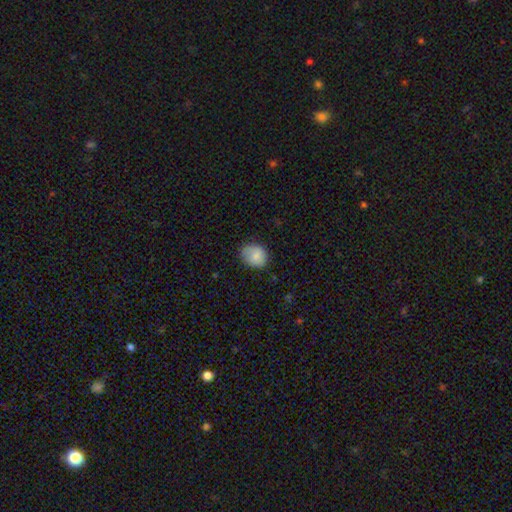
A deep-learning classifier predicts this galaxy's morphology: Smooth or featured? Predicted: smooth (p=0.81). How rounded? Predicted: round (p=0.57). Merging? Predicted: none (p=0.72).